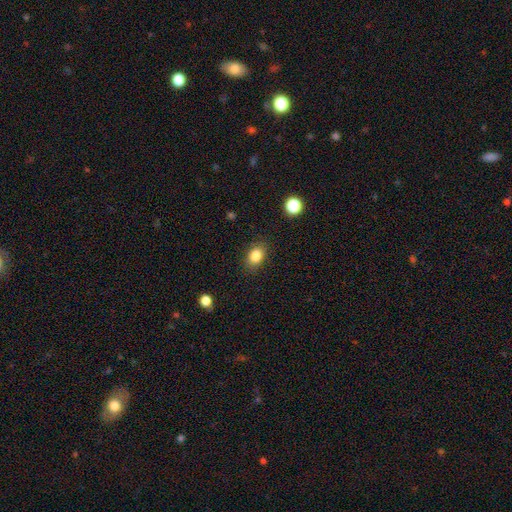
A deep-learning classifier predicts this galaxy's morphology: Overall: smooth (84%). How rounded: in between (71%). Merging: none (86%).